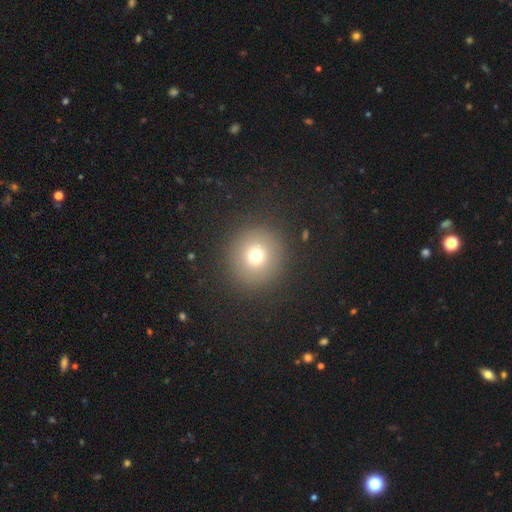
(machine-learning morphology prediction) type=smooth (72%); roundness=round (94%); merging=none (89%).